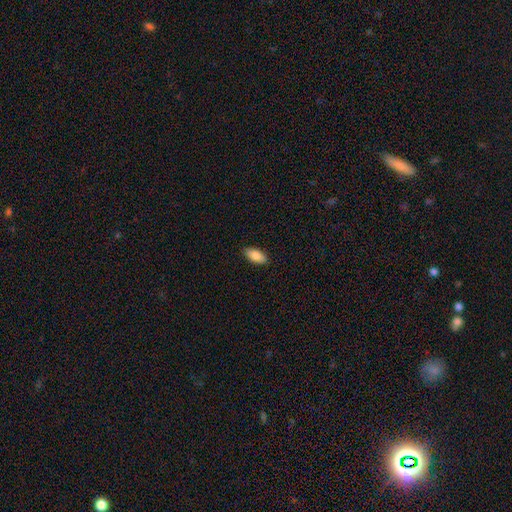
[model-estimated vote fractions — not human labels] A smooth galaxy with no disk features (86%) that is in between round and cigar-shaped (89%). Merging: none (88%).